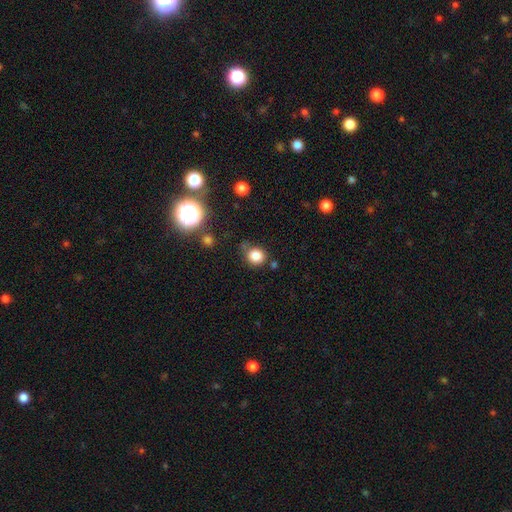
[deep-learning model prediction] Overall: smooth (83%). How rounded: round (84%). Merging: none (71%).